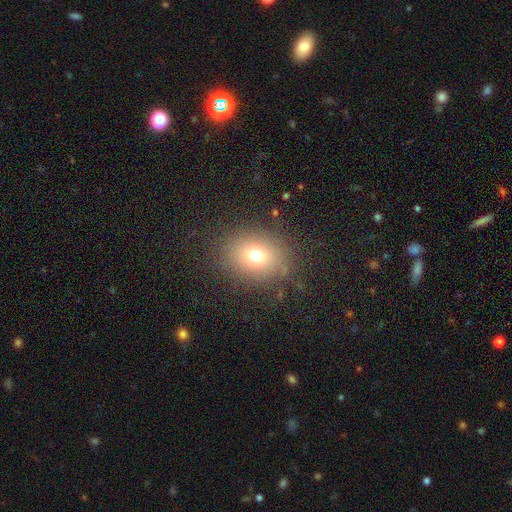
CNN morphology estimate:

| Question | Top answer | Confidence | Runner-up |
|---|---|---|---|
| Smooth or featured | smooth | 71% | star or artifact (16%) |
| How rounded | round | 57% | in between (42%) |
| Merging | none | 83% | minor disturbance (10%) |